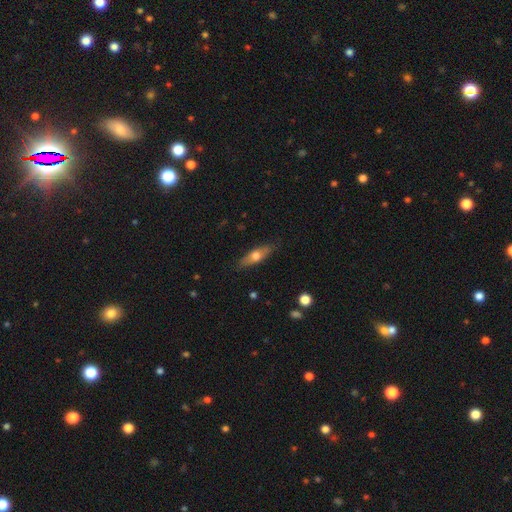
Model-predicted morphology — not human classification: This appears to be a smooth galaxy with no disk features (57%) that is in between round and cigar-shaped (50%). Merging: none (85%).